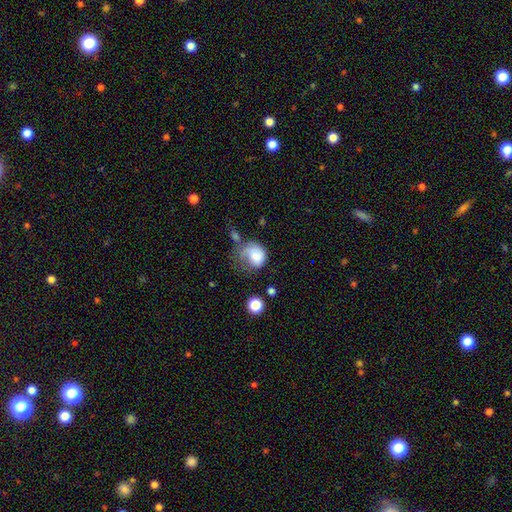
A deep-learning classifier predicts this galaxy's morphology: The model was most divided on "merging": major disturbance: 39%, minor disturbance: 26%, none: 24%, merger: 11%. More confident: smooth or featured — smooth (69%); how rounded — round (59%).